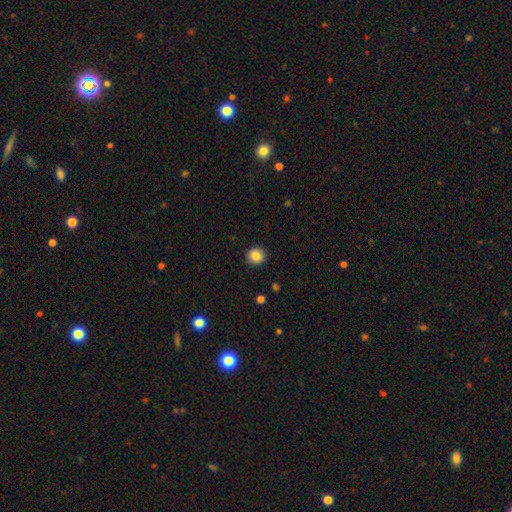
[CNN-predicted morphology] A smooth galaxy with no disk features (85%) that is round (88%).

Vote fractions:
- Smooth or featured? smooth: 85% / star or artifact: 9% / featured or disk: 6%
- How rounded? round: 88% / in between: 11% / cigar-shaped: 1%
- Merging? none: 91% / minor disturbance: 6% / major disturbance: 2% / merger: 1%